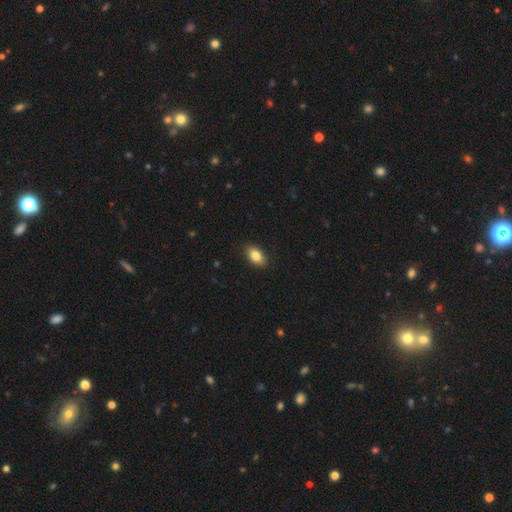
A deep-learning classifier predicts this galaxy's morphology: type=smooth (84%); roundness=in between (91%); merging=none (89%).